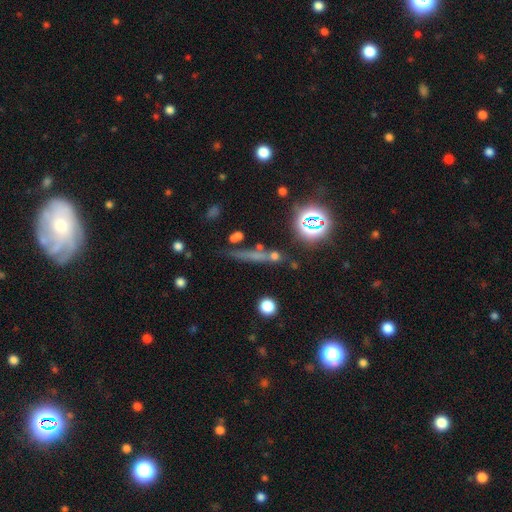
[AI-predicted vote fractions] A smooth galaxy with no disk features (45%). Merging: none (74%).